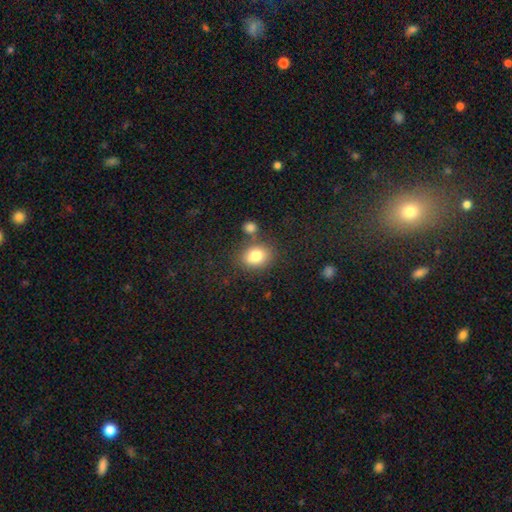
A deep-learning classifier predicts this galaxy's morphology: Smooth or featured? Predicted: smooth (p=0.80). How rounded? Predicted: in between (p=0.52). Merging? Predicted: none (p=0.70).